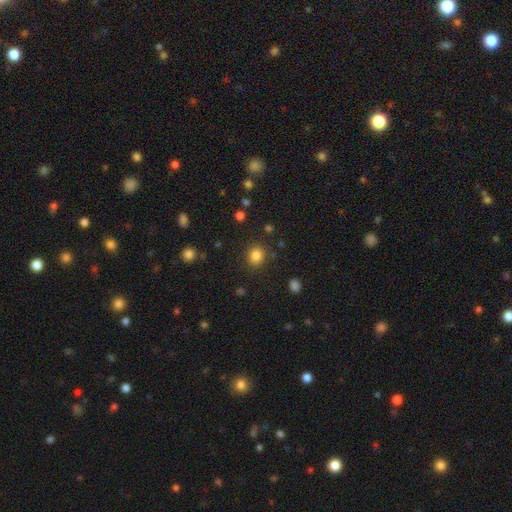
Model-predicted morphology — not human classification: The model was most divided on "how rounded": round: 72%, in between: 27%, cigar-shaped: 1%. More confident: merging — none (86%); smooth or featured — smooth (84%).